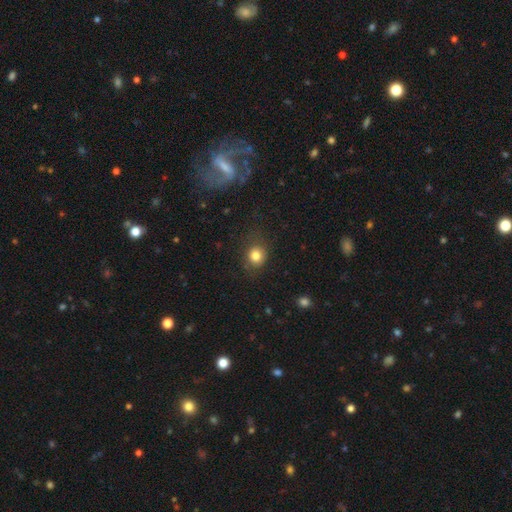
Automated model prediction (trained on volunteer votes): This is clearly a smooth galaxy (82%). How rounded: likely round (76%). Merging: likely none (78%).